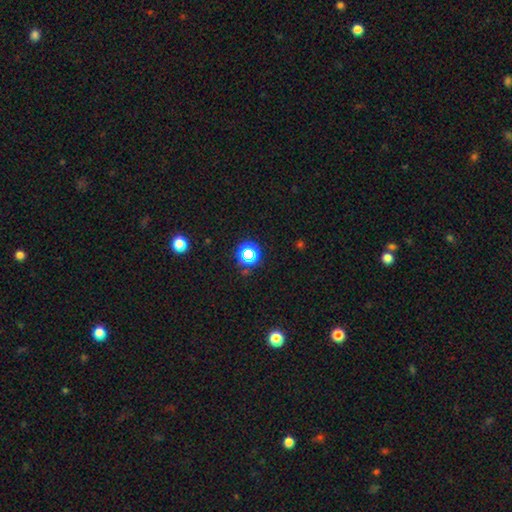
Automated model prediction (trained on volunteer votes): Morphology: type=star or artifact (65%).